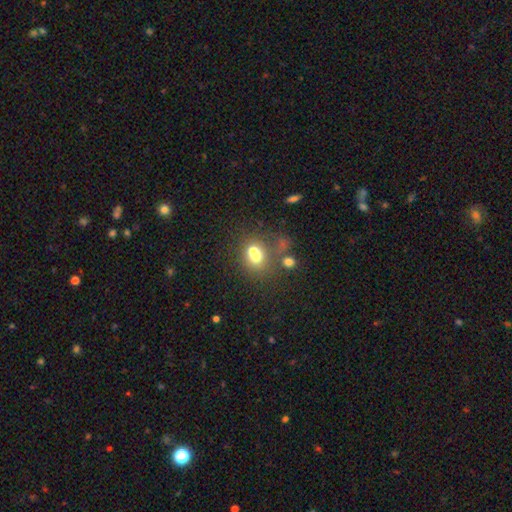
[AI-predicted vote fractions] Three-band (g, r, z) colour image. It shows a smooth galaxy with no disk features (64%) that is round (67%). Merging: merger (54%).